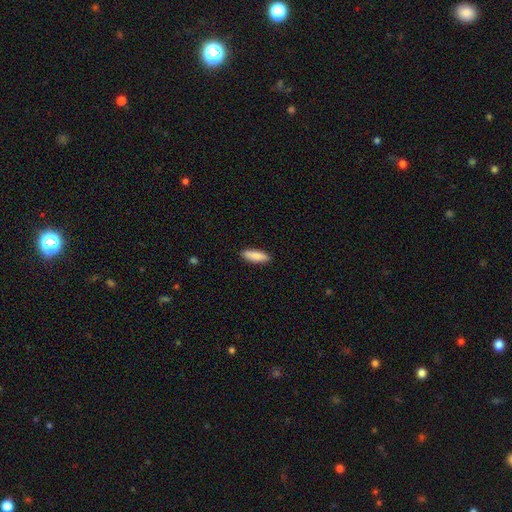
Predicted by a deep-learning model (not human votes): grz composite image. It shows a smooth galaxy with no disk features (88%) that is cigar-shaped (51%). Merging: none (90%).